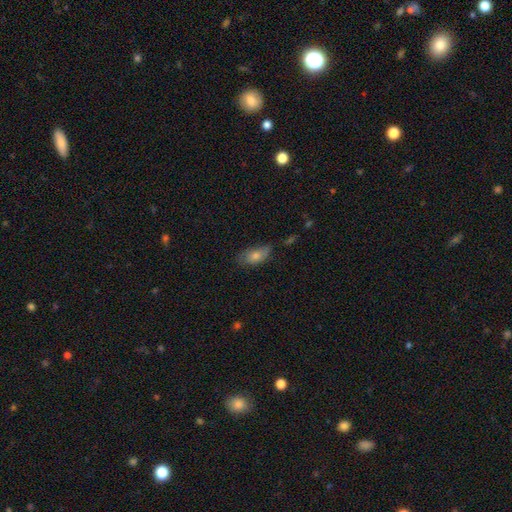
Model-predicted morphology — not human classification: Smooth or featured: smooth — 66% (featured or disk — 23%)
How rounded: in between — 85% (cigar-shaped — 10%)
Merging: none — 63% (minor disturbance — 28%)